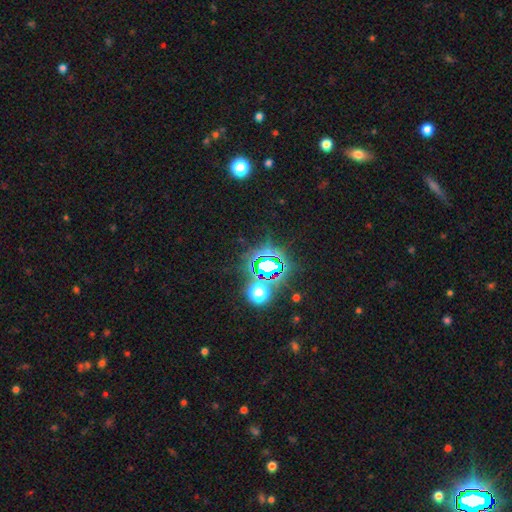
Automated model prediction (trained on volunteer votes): Smooth or featured? Predicted: star or artifact (p=0.76).